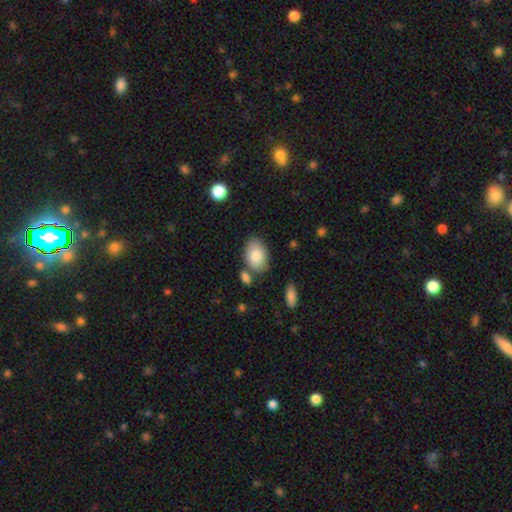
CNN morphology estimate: Smooth or featured: smooth — 83% (featured or disk — 11%)
How rounded: in between — 88% (round — 10%)
Merging: none — 70% (minor disturbance — 16%)